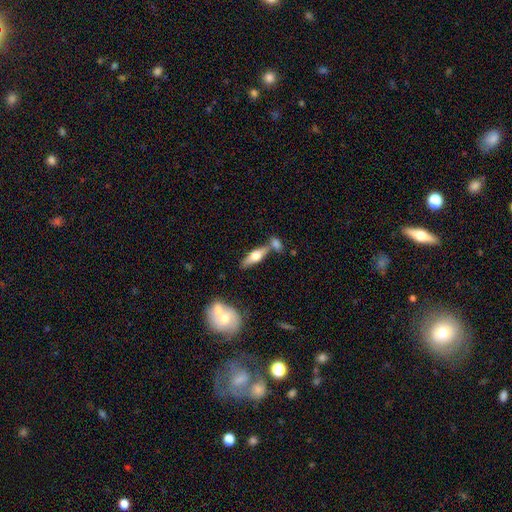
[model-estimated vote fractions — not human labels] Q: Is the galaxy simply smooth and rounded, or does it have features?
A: featured or disk — 51%.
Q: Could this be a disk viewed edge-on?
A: yes — 89%.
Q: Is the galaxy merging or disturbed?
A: none — 59%.